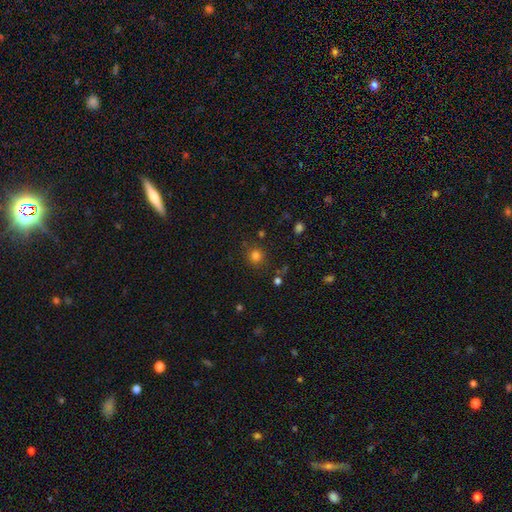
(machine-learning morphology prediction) type=smooth (79%); roundness=round (90%); merging=none (85%).